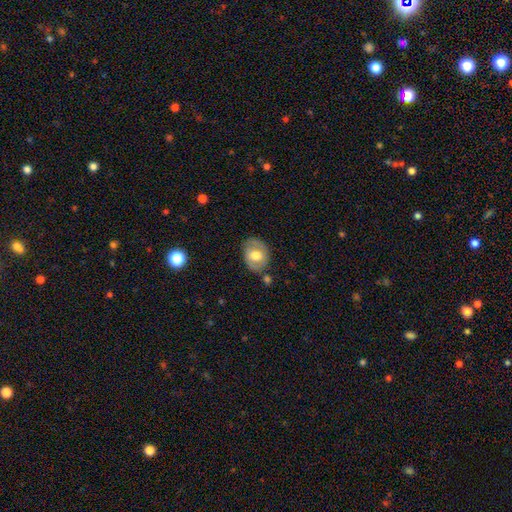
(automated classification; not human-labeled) Morphology: type=smooth (55%); roundness=in between (62%); merging=none (72%).